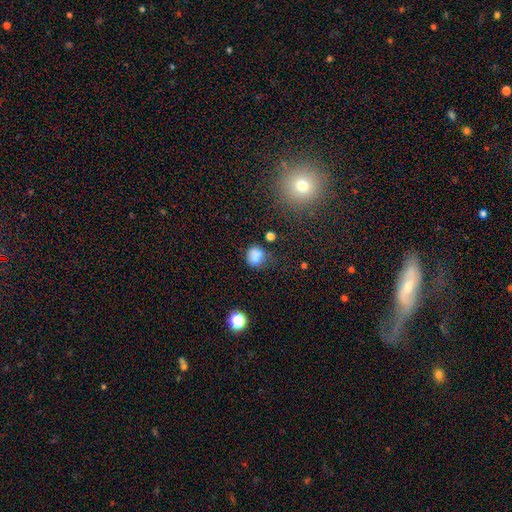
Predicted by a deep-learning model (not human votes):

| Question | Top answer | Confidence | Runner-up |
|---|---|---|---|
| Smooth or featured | smooth | 75% | star or artifact (14%) |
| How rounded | round | 66% | in between (32%) |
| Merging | none | 53% | minor disturbance (25%) |